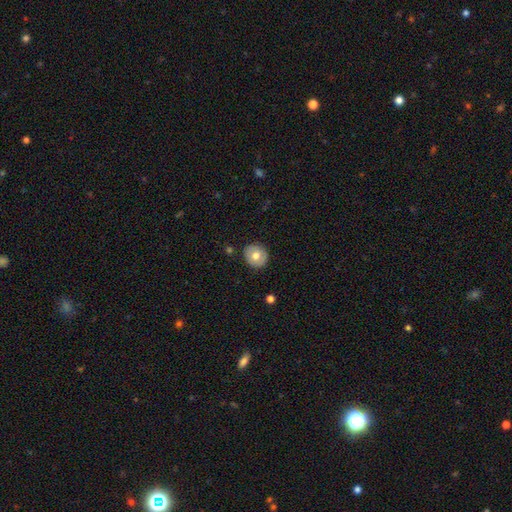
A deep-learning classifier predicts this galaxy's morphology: smooth-or-featured: smooth: 69% | featured or disk: 24% | star or artifact: 8%
  how-rounded: round: 87% | in between: 12% | cigar-shaped: 1%
  merging: none: 86% | minor disturbance: 10% | major disturbance: 2% | merger: 2%